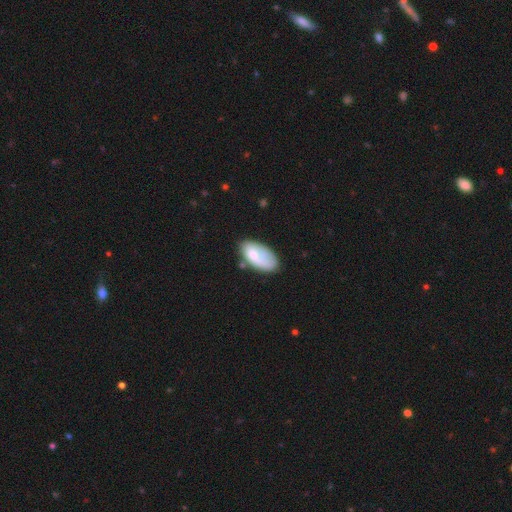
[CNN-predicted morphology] Smooth or featured: smooth — 69% (featured or disk — 25%)
How rounded: in between — 94% (cigar-shaped — 3%)
Merging: none — 51% (minor disturbance — 27%)